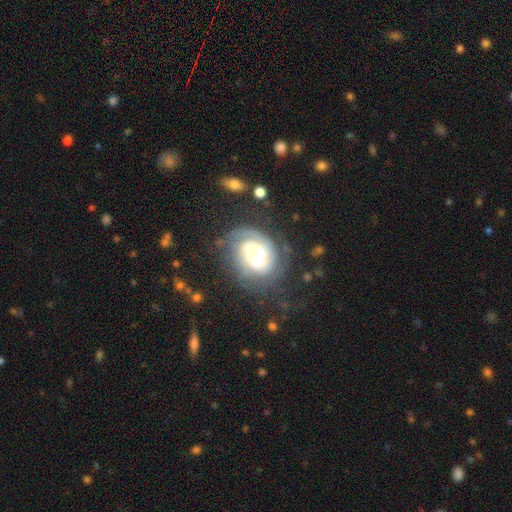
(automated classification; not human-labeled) Morphology: type=featured or disk (66%); edge-on=no (97%); bar=no (50%); spiral arms=yes (84%); winding=tight (54%); arm count=2 (34%); bulge=large (49%); merging=none (53%).